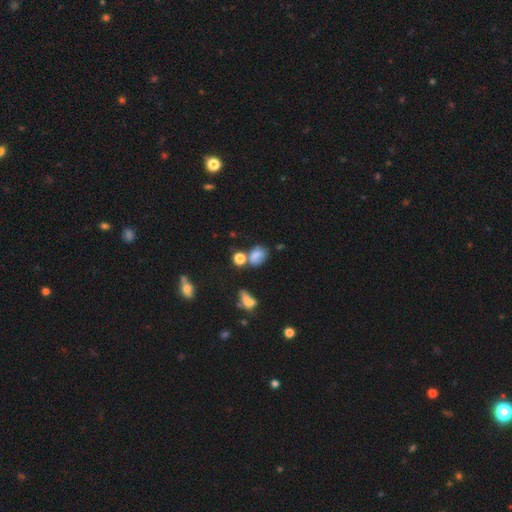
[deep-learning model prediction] A smooth galaxy with no disk features (68%) that is in between round and cigar-shaped (67%).

Vote fractions:
- Smooth or featured? smooth: 68% / star or artifact: 16% / featured or disk: 15%
- How rounded? in between: 67% / round: 31% / cigar-shaped: 2%
- Merging? none: 43% / merger: 23% / minor disturbance: 23% / major disturbance: 12%